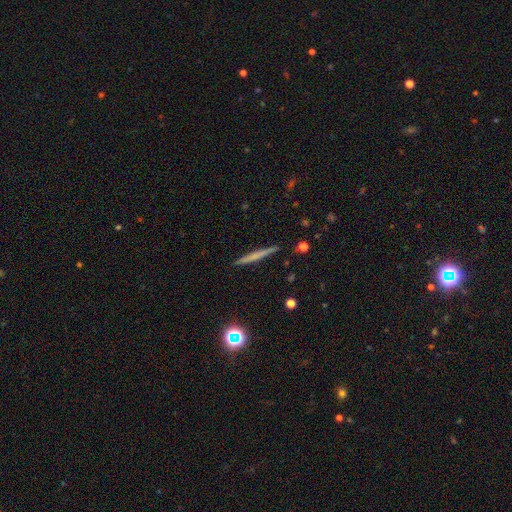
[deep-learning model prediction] A smooth galaxy with no disk features (48%). Merging: none (92%).